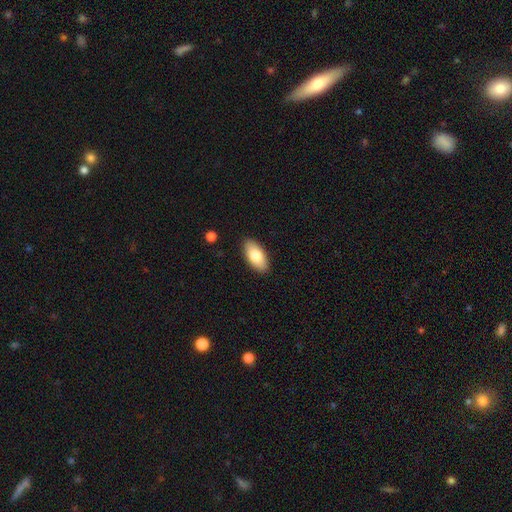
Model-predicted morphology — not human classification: smooth-or-featured: smooth: 80% | featured or disk: 14% | star or artifact: 6%
  how-rounded: in between: 92% | cigar-shaped: 6% | round: 2%
  merging: none: 89% | minor disturbance: 8% | major disturbance: 2% | merger: 1%